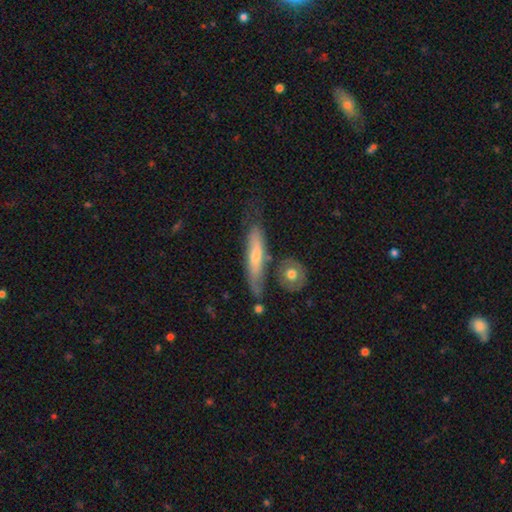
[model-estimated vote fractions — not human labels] This is possibly a smooth galaxy (48%). Merging: possibly none (56%).